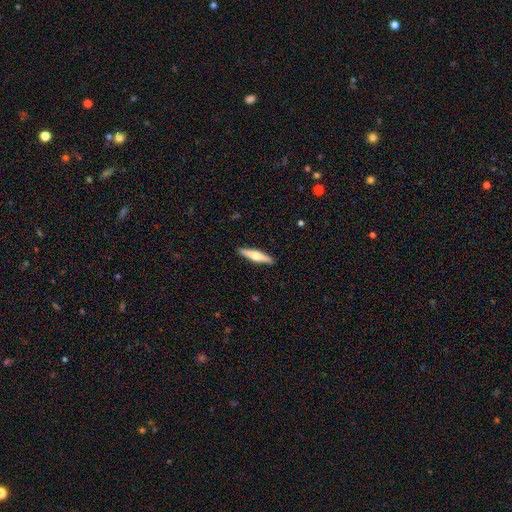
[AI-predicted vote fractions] A featured or disk galaxy (50%).

Vote fractions:
- Smooth or featured? featured or disk: 50% / smooth: 45% / star or artifact: 5%
- Merging? none: 91% / minor disturbance: 7% / major disturbance: 1% / merger: 1%